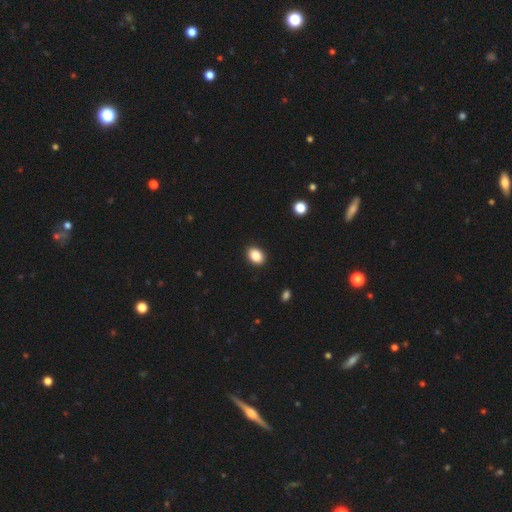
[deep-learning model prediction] Smooth or featured? Predicted: smooth (p=0.89). How rounded? Predicted: in between (p=0.74). Merging? Predicted: none (p=0.90).